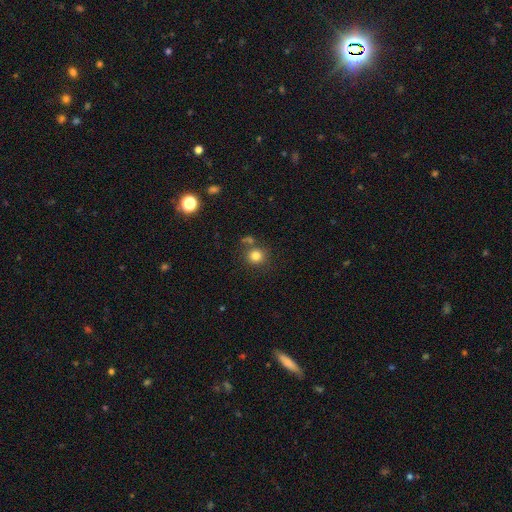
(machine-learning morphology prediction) Smooth or featured? Predicted: smooth (p=0.81). How rounded? Predicted: round (p=0.89). Merging? Predicted: none (p=0.72).